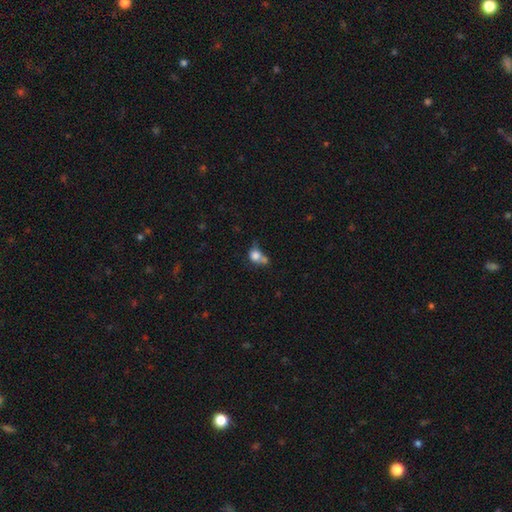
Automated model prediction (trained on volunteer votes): smooth 76%, featured or disk 13%, star or artifact 11%. Down the decision tree: how rounded — round (62%); merging — merger (44%).